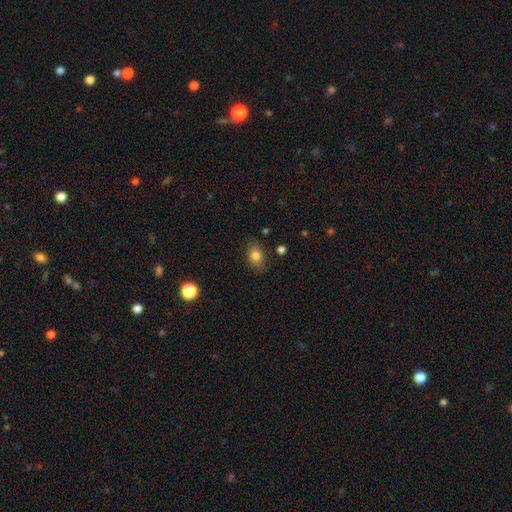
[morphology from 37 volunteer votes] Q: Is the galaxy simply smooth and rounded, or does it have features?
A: smooth — 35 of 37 (95%).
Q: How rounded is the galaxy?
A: in between — 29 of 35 (83%).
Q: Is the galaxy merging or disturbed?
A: none — 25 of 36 (69%).